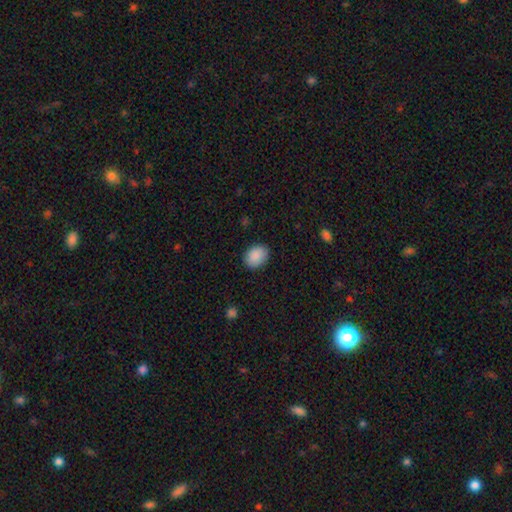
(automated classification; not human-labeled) Smooth or featured? Predicted: smooth (p=0.90). How rounded? Predicted: in between (p=0.66). Merging? Predicted: none (p=0.87).